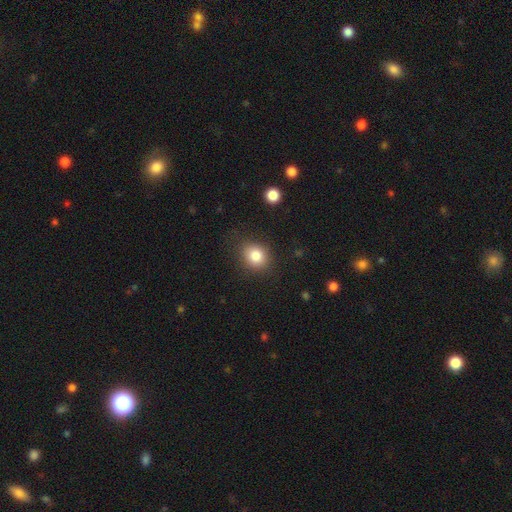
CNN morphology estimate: Smooth or featured: smooth — 82% (star or artifact — 11%)
How rounded: round — 72% (in between — 27%)
Merging: none — 83% (minor disturbance — 11%)